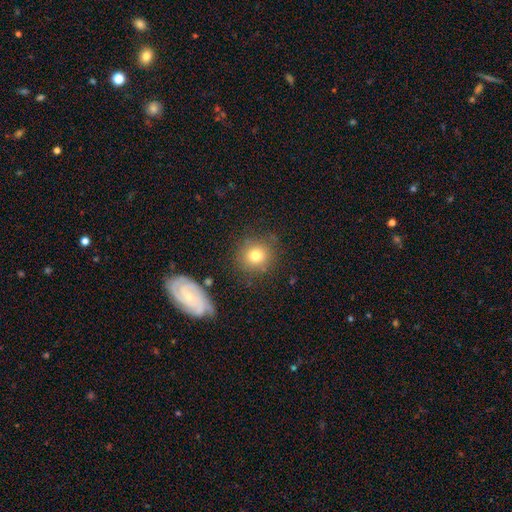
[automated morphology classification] Smooth or featured: smooth — 78% (featured or disk — 12%)
How rounded: round — 88% (in between — 11%)
Merging: none — 81% (minor disturbance — 11%)